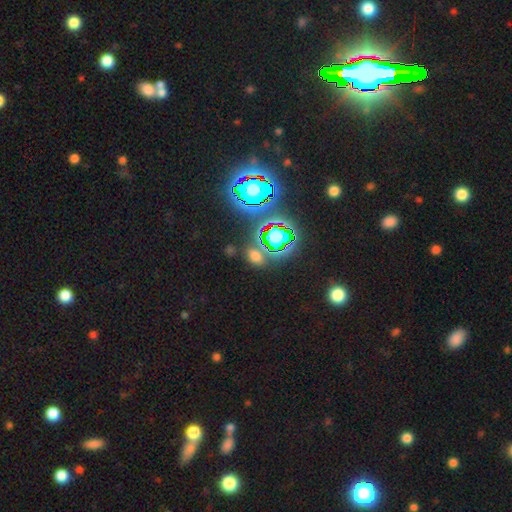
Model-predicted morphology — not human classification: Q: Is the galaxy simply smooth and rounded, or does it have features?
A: star or artifact — 48%.